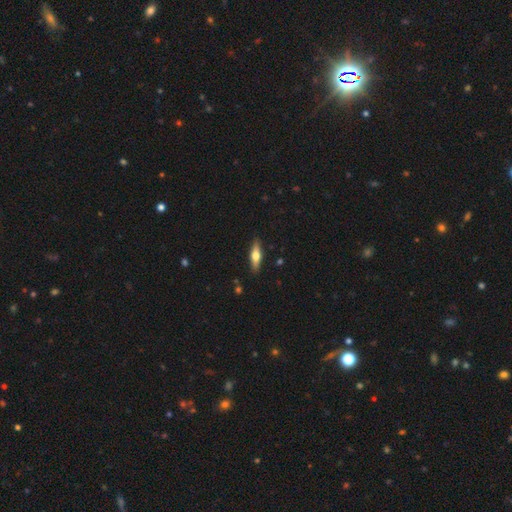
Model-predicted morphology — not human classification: A smooth galaxy with no disk features (51%) that is cigar-shaped (61%).

Vote fractions:
- Smooth or featured? smooth: 51% / featured or disk: 44% / star or artifact: 6%
- How rounded? cigar-shaped: 61% / in between: 36% / round: 2%
- Merging? none: 89% / minor disturbance: 8% / major disturbance: 2% / merger: 1%